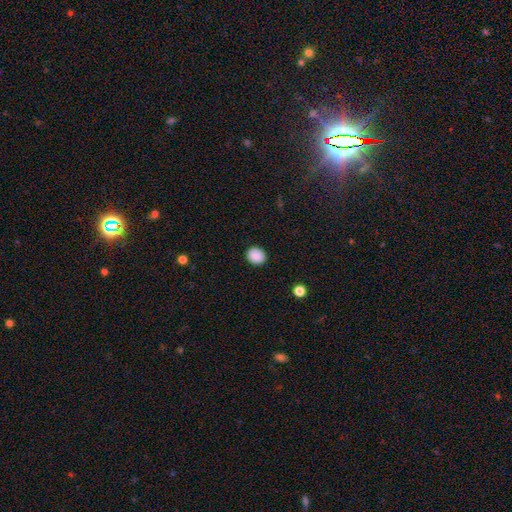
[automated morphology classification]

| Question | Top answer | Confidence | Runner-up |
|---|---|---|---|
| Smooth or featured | smooth | 89% | star or artifact (9%) |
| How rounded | round | 67% | in between (32%) |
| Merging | none | 90% | minor disturbance (7%) |